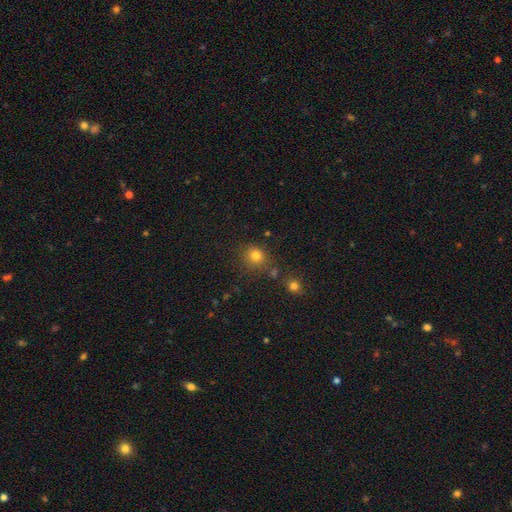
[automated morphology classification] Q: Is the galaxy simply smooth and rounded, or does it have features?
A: smooth — 79%.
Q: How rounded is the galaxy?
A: round — 85%.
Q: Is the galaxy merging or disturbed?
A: none — 76%.